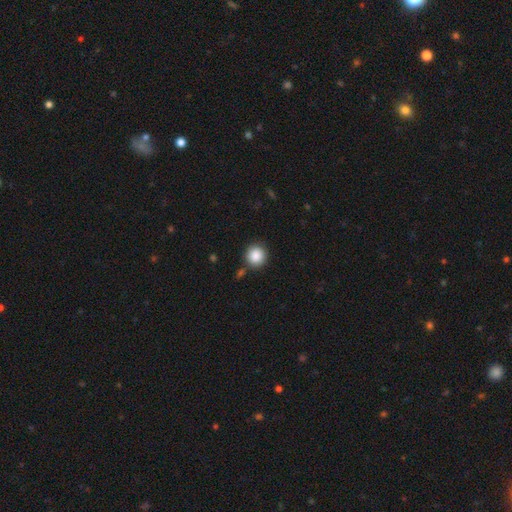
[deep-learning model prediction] The model was most divided on "merging": none: 85%, minor disturbance: 9%, merger: 4%, major disturbance: 3%. More confident: how rounded — round (93%); smooth or featured — smooth (88%).